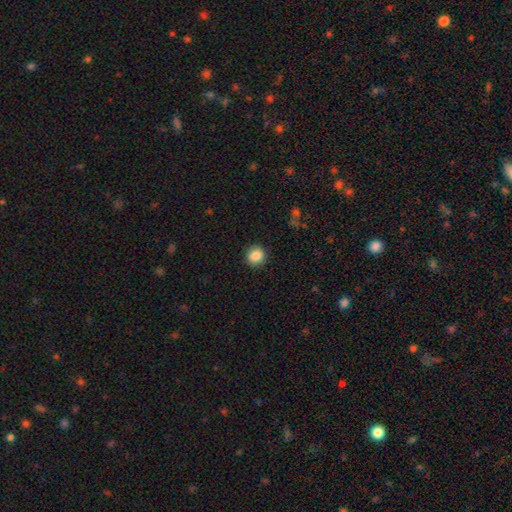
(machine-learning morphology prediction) Smooth or featured? Predicted: smooth (p=0.87). How rounded? Predicted: round (p=0.90). Merging? Predicted: none (p=0.91).